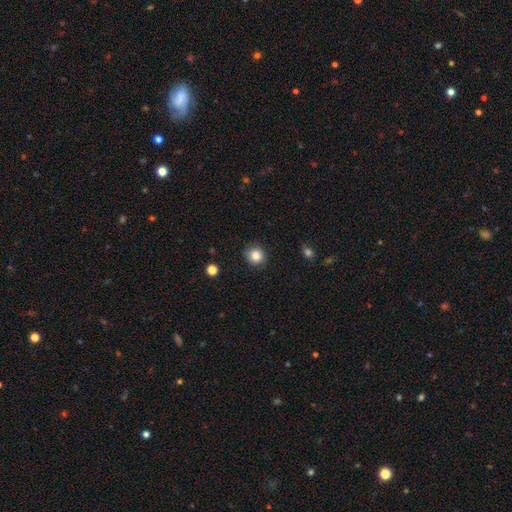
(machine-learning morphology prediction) This is clearly a smooth galaxy (85%). How rounded: clearly round (88%). Merging: clearly none (87%).